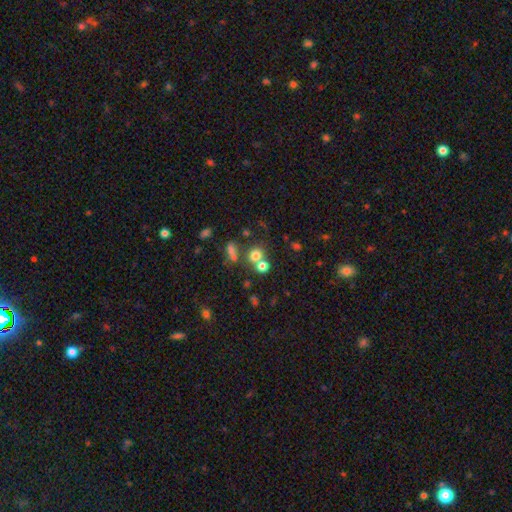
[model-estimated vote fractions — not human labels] This appears to be a smooth galaxy with no disk features (72%) that is round (77%). Merging: none (50%).